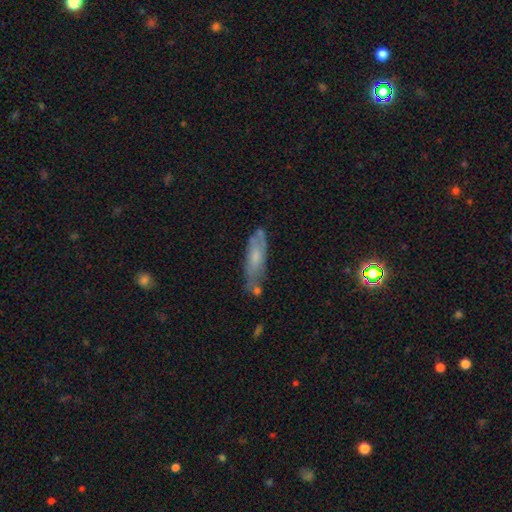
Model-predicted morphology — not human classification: A smooth galaxy with no disk features (48%). Merging: none (61%).